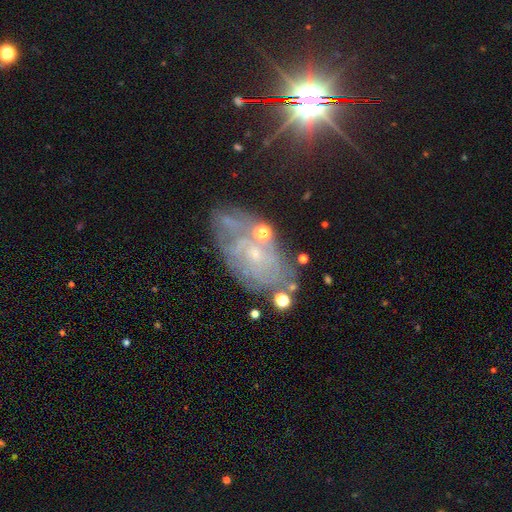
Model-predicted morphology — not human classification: smooth_or_featured: featured or disk (p=0.62) [alt: smooth p=0.20]
disk_edge_on: no (p=0.91) [alt: yes p=0.09]
bar: no (p=0.76) [alt: weak p=0.19]
has_spiral_arms: yes (p=0.66) [alt: no p=0.34]
bulge_size: small (p=0.78) [alt: moderate p=0.14]
merging: none (p=0.68) [alt: minor disturbance p=0.18]